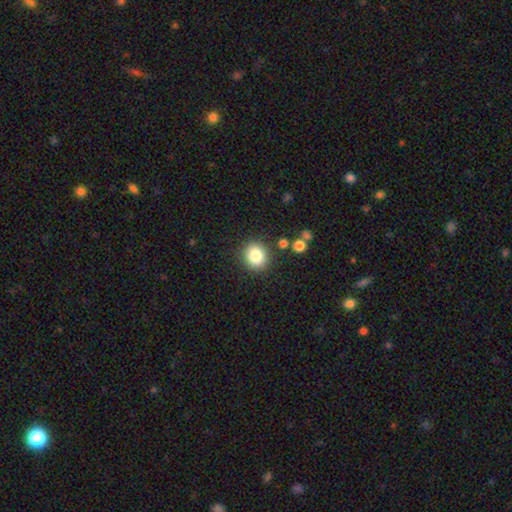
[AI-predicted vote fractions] Morphology: type=smooth (83%); roundness=round (81%); merging=none (86%).